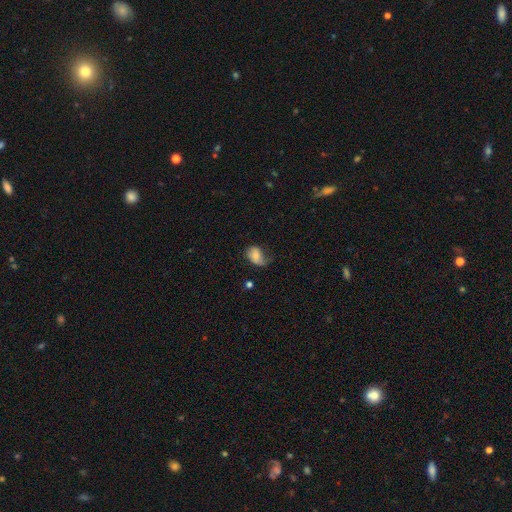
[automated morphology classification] Overall: smooth (61%; featured or disk 30%). How rounded: in between (79%). Merging: none (40%; minor disturbance 38%).